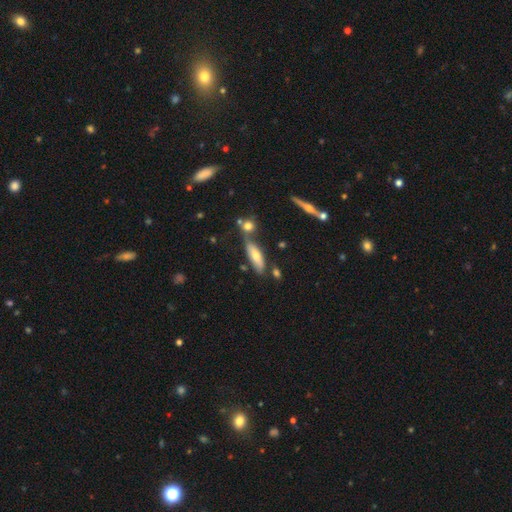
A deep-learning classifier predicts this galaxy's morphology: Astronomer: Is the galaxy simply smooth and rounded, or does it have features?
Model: smooth — 51% (runner-up: featured or disk, 40%).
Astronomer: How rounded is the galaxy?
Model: cigar-shaped — 53% (runner-up: in between, 45%).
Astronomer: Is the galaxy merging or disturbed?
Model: none — 62%.